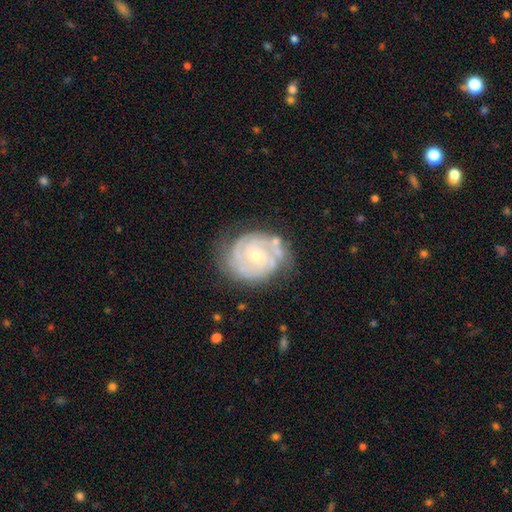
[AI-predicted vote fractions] featured or disk 86%, smooth 9%, star or artifact 5%. Down the decision tree: edge-on disk — no (98%); bar — no (62%); spiral arms — yes (95%); spiral arm count — 2 (49%); spiral winding — tight (70%); bulge size — small (62%); merging — none (68%).